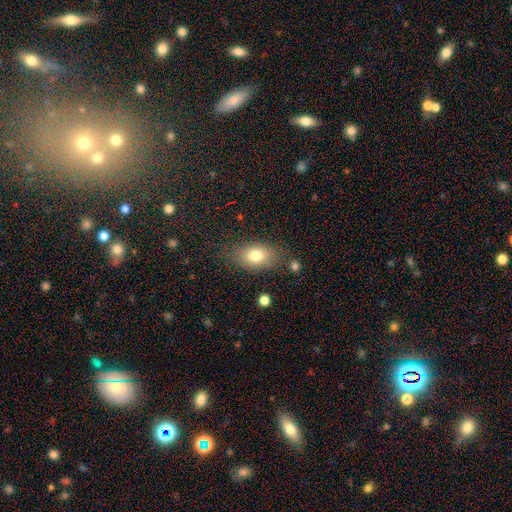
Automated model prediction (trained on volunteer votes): Smooth or featured? Predicted: smooth (p=0.77). How rounded? Predicted: in between (p=0.82). Merging? Predicted: none (p=0.75).